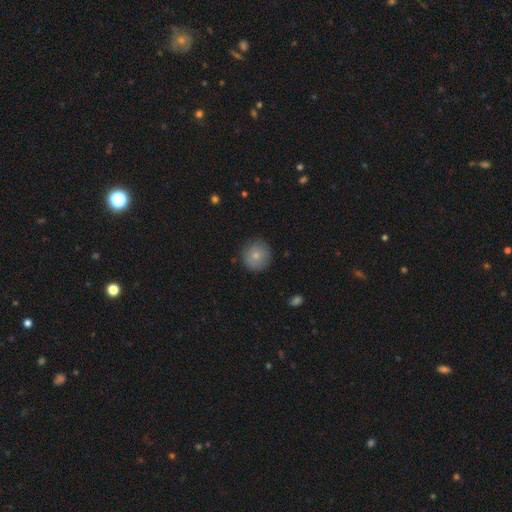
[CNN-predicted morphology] smooth_or_featured: smooth (p=0.76) [alt: featured or disk p=0.15]
how_rounded: round (p=0.92) [alt: in between p=0.07]
merging: none (p=0.83) [alt: minor disturbance p=0.13]